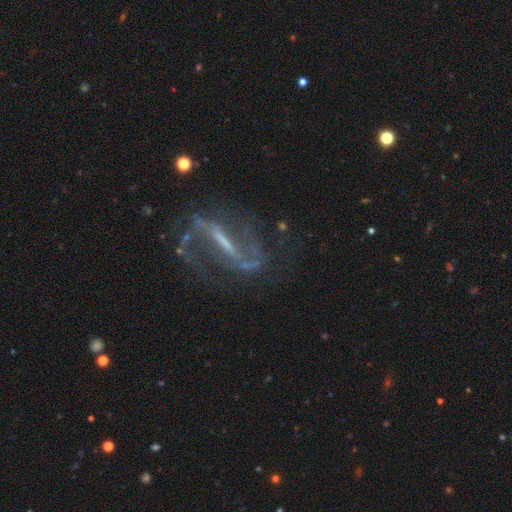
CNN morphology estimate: Smooth or featured? featured or disk (87%)
Edge-on disk? no (89%)
Bar? strong (67%)
Spiral arms? yes (94%)
Spiral winding? loose (52%)
Spiral arm count? 2 (90%)
Bulge size? small (52%)
Merging? none (69%)